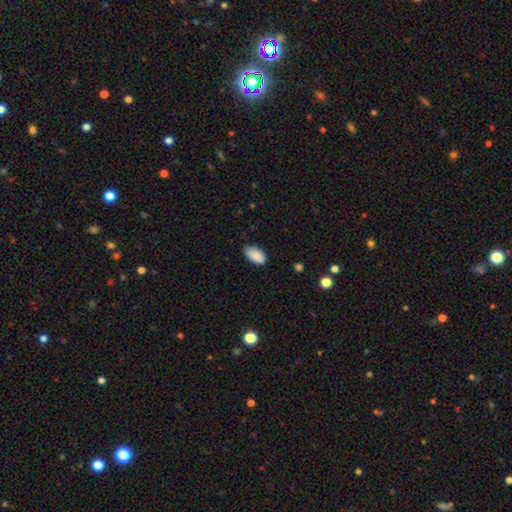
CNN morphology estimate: This appears to be a smooth galaxy with no disk features (90%) that is in between round and cigar-shaped (95%). Merging: none (82%).